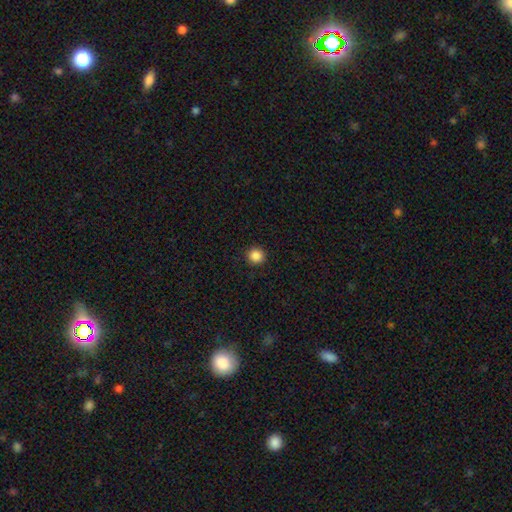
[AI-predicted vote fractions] Smooth or featured? Predicted: smooth (p=0.87). How rounded? Predicted: round (p=0.94). Merging? Predicted: none (p=0.92).